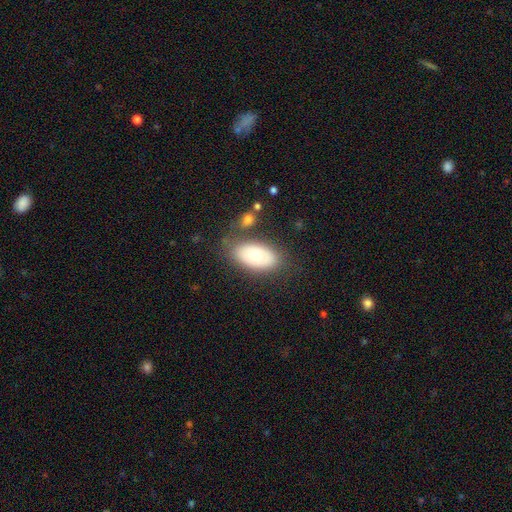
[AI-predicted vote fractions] Overall: smooth (66%; featured or disk 27%). How rounded: in between (93%). Merging: none (73%).